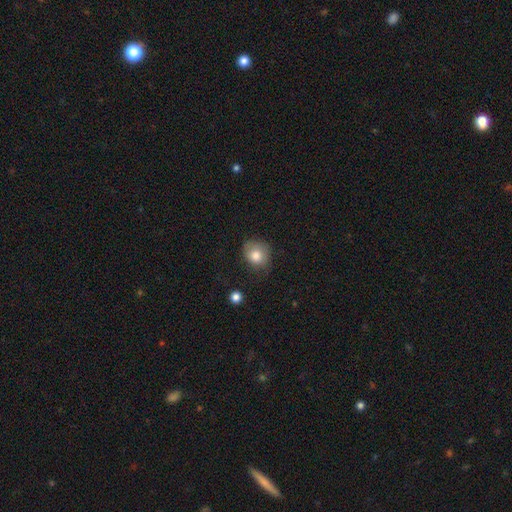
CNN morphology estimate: A smooth galaxy with no disk features (78%) that is round (67%). Merging: none (62%).